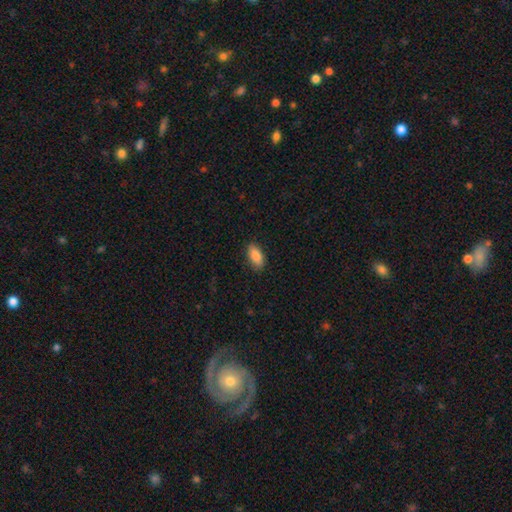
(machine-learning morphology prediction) Q: Smooth or featured?
A: smooth (87%); runner-up: star or artifact (7%)
Q: How rounded?
A: in between (88%); runner-up: cigar-shaped (10%)
Q: Merging?
A: none (89%); runner-up: minor disturbance (8%)